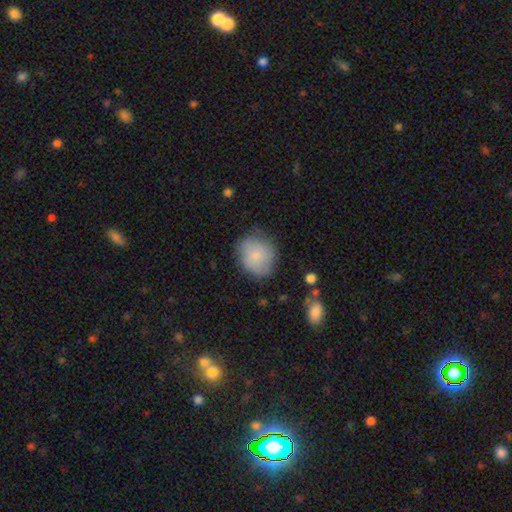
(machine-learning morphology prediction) Smooth or featured? Predicted: smooth (p=0.77). How rounded? Predicted: round (p=0.70). Merging? Predicted: none (p=0.65).